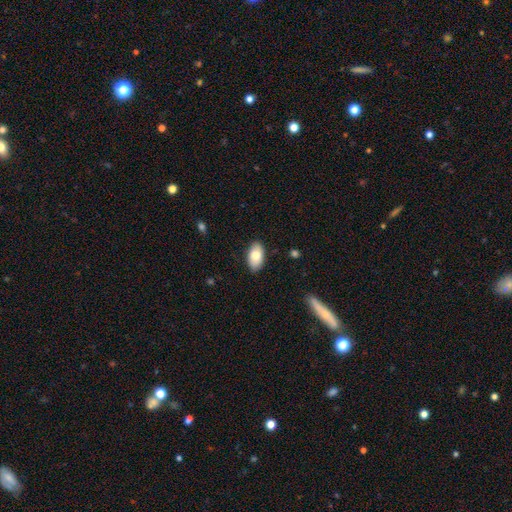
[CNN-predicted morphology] Smooth or featured? smooth (80%)
How rounded? in between (94%)
Merging? none (87%)